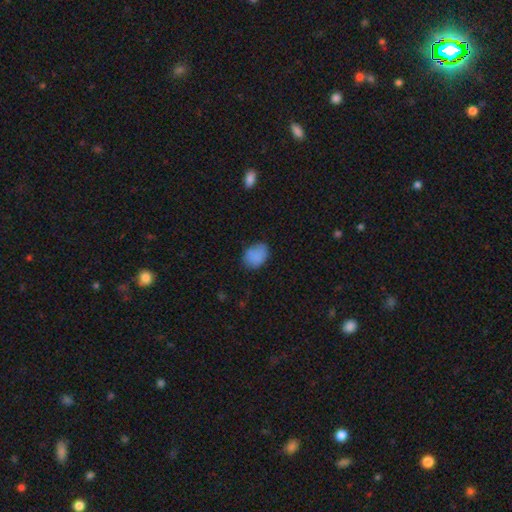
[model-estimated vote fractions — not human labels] This appears to be a smooth galaxy with no disk features (86%) that is in between round and cigar-shaped (71%). Merging: none (74%).